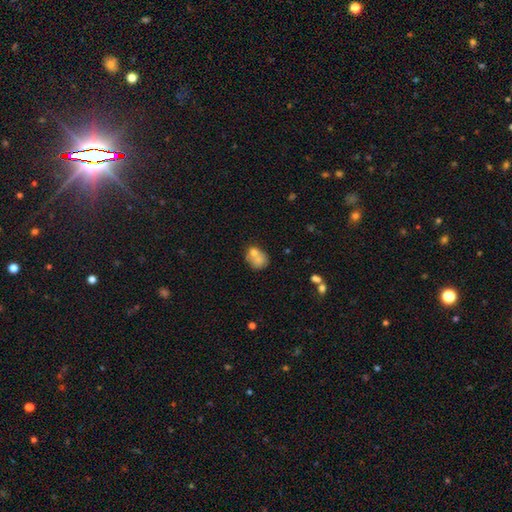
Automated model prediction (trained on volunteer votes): This appears to be a smooth galaxy with no disk features (70%) that is round (57%). Merging: merger (48%).